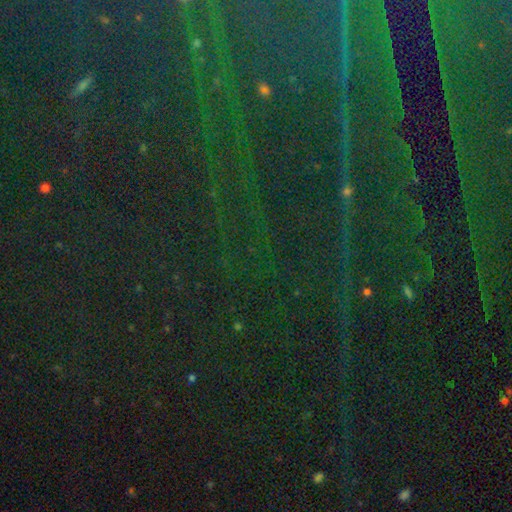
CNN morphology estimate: A star or artifact, not a galaxy (86%).